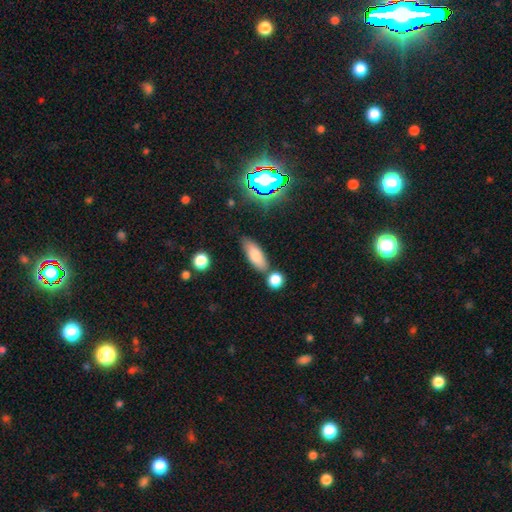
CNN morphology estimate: smooth 77%, featured or disk 13%, star or artifact 10%. Down the decision tree: how rounded — in between (70%); merging — none (70%).